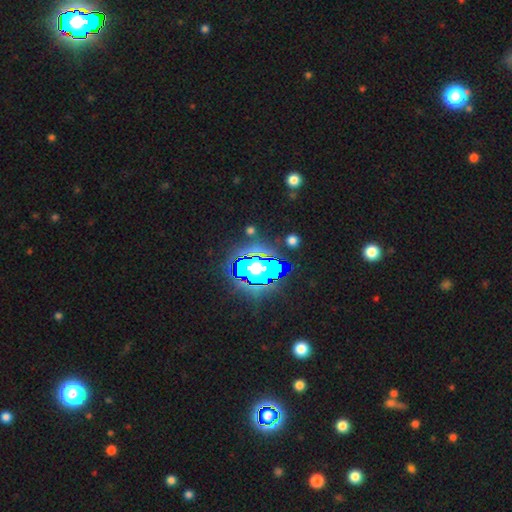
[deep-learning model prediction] smooth_or_featured: star or artifact (p=0.80) [alt: smooth p=0.11]